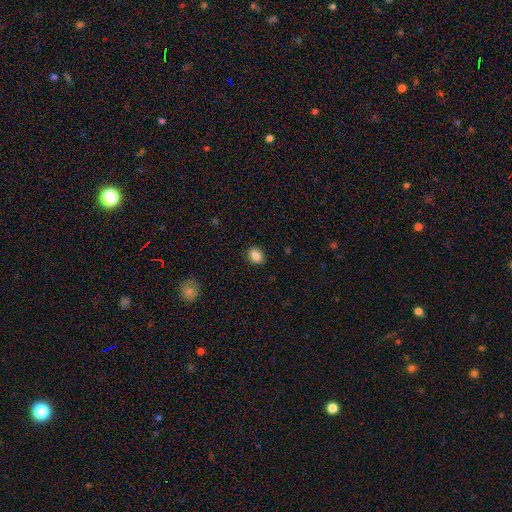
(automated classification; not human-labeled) smooth 86%, star or artifact 9%, featured or disk 5%. Down the decision tree: how rounded — in between (59%); merging — none (88%).